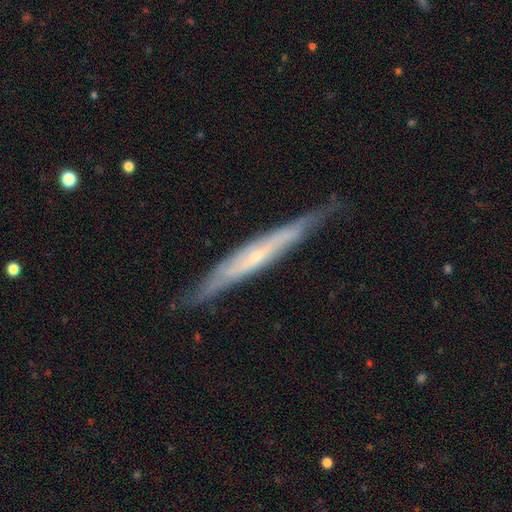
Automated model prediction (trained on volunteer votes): Smooth or featured? featured or disk (71%)
Edge-on disk? yes (86%)
Edge-on bulge? none (49%)
Merging? none (82%)